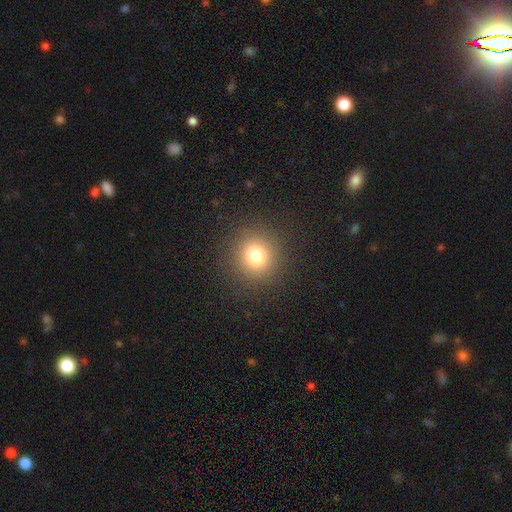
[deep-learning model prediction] Morphology: type=smooth (76%); roundness=round (93%); merging=none (90%).